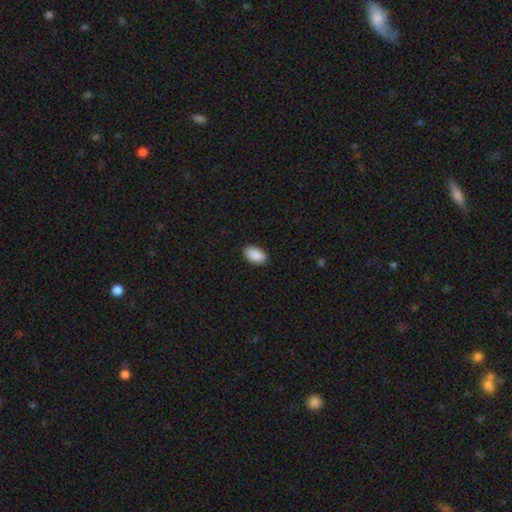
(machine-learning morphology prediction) type=smooth (91%); roundness=in between (95%); merging=none (90%).